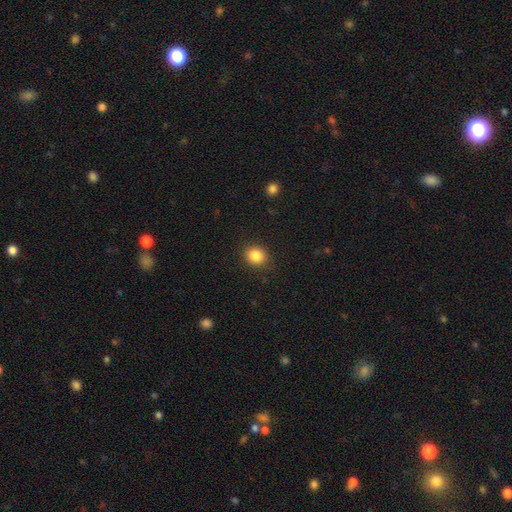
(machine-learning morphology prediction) Q: Smooth or featured?
A: smooth (86%); runner-up: star or artifact (10%)
Q: How rounded?
A: round (73%); runner-up: in between (26%)
Q: Merging?
A: none (89%); runner-up: minor disturbance (8%)